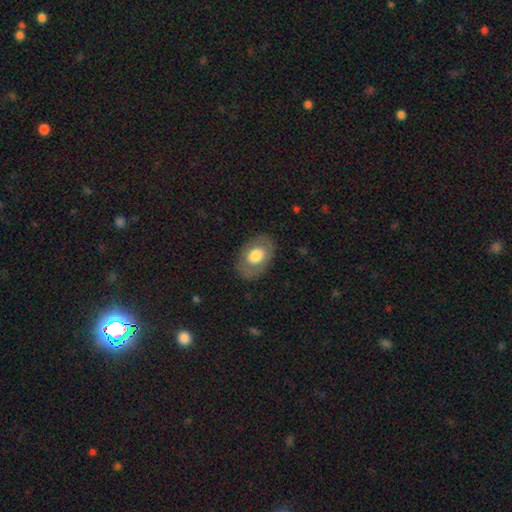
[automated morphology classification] type=smooth (67%); roundness=in between (84%); merging=none (82%).